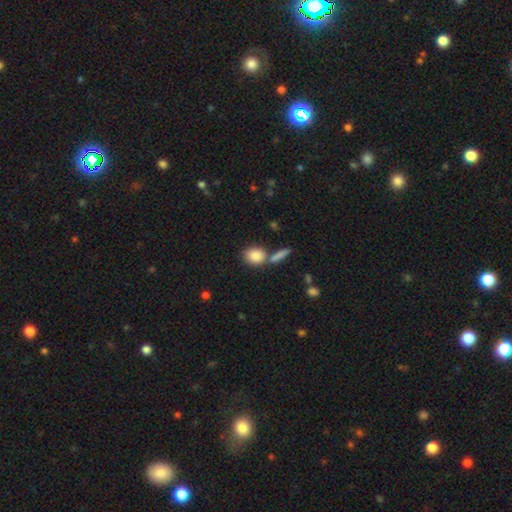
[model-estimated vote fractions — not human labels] A smooth galaxy with no disk features (85%) that is round (54%).

Vote fractions:
- Smooth or featured? smooth: 85% / star or artifact: 7% / featured or disk: 7%
- How rounded? round: 54% / in between: 43% / cigar-shaped: 3%
- Merging? none: 61% / merger: 24% / minor disturbance: 11% / major disturbance: 4%